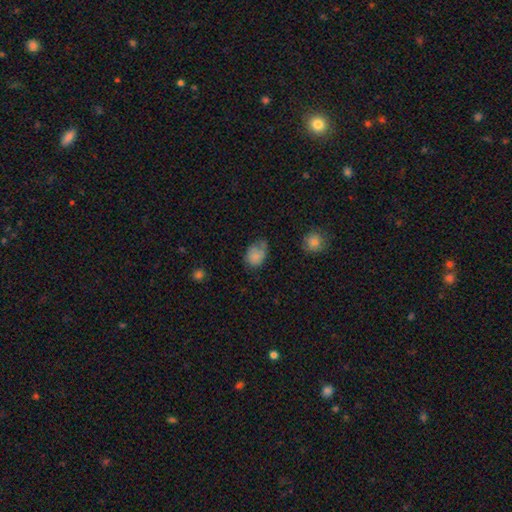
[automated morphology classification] type=smooth (78%); roundness=in between (63%); merging=none (40%).